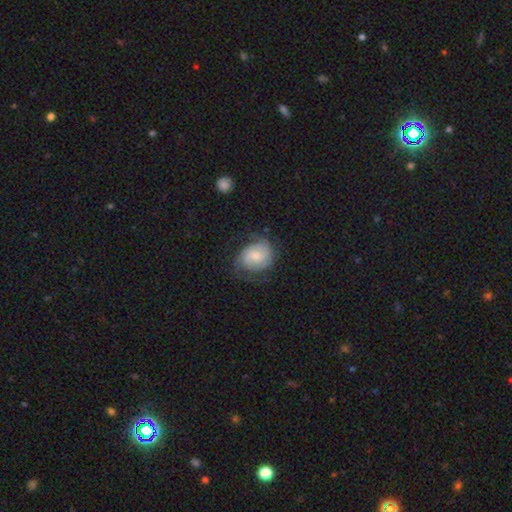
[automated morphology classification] A featured or disk galaxy (67%) with no bar (47%), 2 (64%) tight (49%) spiral arms (92%) and a small central bulge (47%).

Vote fractions:
- Smooth or featured? featured or disk: 67% / smooth: 27% / star or artifact: 6%
- Edge-on disk? no: 98% / yes: 2%
- Bar? no: 47% / weak: 45% / strong: 8%
- Spiral arms? yes: 92% / no: 8%
- Spiral winding? tight: 49% / medium: 38% / loose: 13%
- Spiral arm count? 2: 64% / can't tell: 20% / 3: 8% / 1: 4% / 4: 2% / more than 4: 2%
- Bulge size? small: 47% / moderate: 40% / none: 6% / large: 5% / dominant: 1%
- Merging? none: 62% / minor disturbance: 22% / major disturbance: 14% / merger: 1%